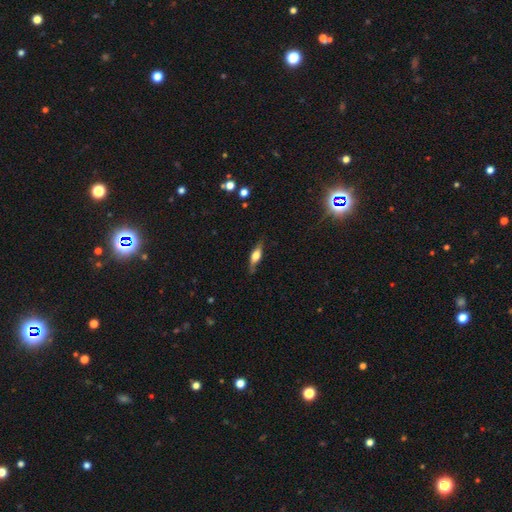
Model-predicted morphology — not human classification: This is possibly a featured or disk galaxy (49%). Merging: likely none (77%).